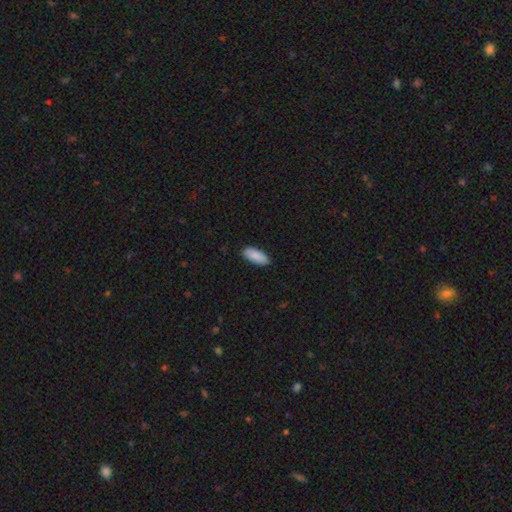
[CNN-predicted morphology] type=smooth (89%); roundness=in between (87%); merging=none (87%).